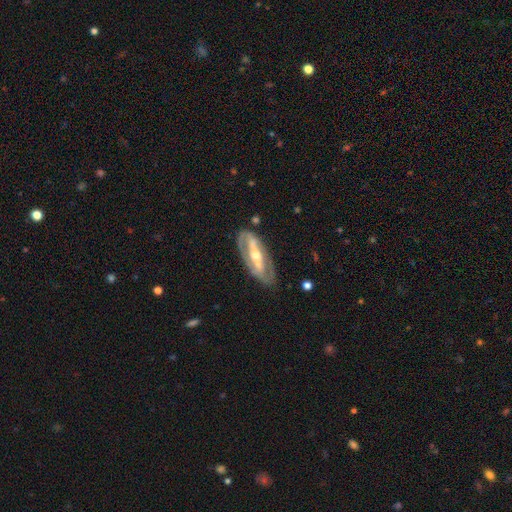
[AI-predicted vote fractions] The model was most divided on "bulge size": moderate: 59%, small: 35%, large: 5%, none: 1%, dominant: 1%. More confident: edge-on disk — no (85%); smooth or featured — featured or disk (81%); merging — none (77%); spiral arms — yes (66%); bar — strong (62%).